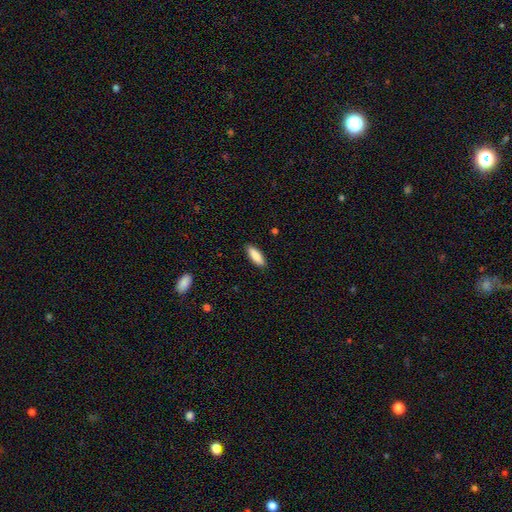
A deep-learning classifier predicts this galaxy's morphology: The model was most divided on "how rounded": in between: 57%, cigar-shaped: 41%, round: 2%. More confident: merging — none (89%); smooth or featured — smooth (86%).